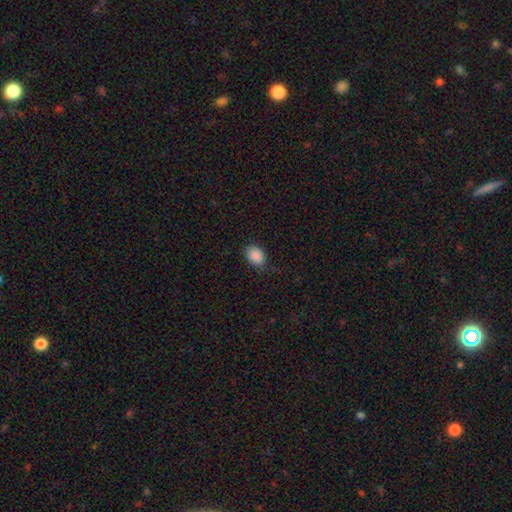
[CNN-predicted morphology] smooth 88%, star or artifact 8%, featured or disk 4%. Down the decision tree: how rounded — in between (72%); merging — none (72%).